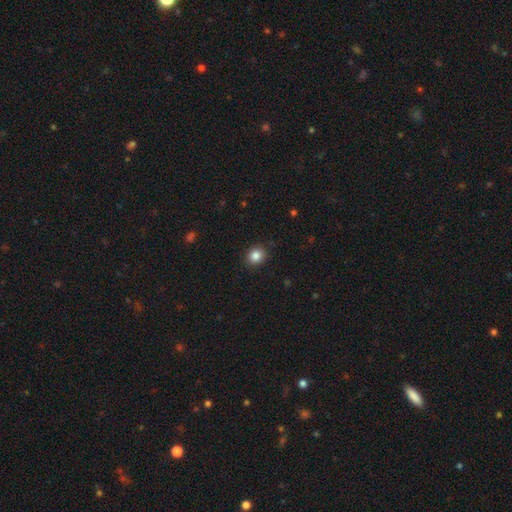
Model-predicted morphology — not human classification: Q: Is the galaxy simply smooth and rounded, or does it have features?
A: smooth — 85%.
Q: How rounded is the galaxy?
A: round — 68%.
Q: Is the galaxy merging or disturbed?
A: none — 89%.